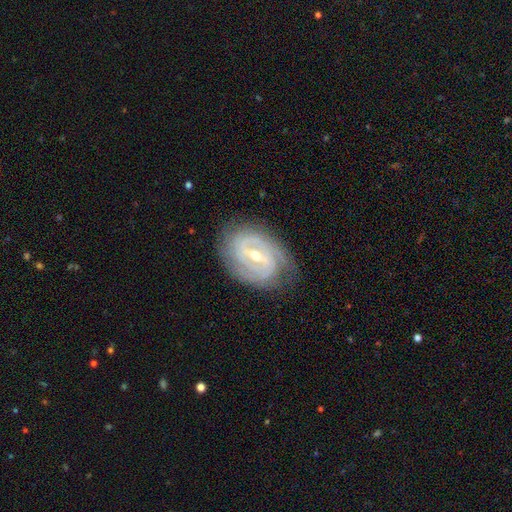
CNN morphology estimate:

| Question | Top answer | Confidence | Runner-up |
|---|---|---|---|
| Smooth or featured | featured or disk | 88% | smooth (7%) |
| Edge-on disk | no | 96% | yes (4%) |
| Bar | strong | 45% | weak (42%) |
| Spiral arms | yes | 95% | no (5%) |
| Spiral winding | tight | 67% | medium (27%) |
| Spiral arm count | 2 | 46% | can't tell (21%) |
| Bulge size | moderate | 52% | small (45%) |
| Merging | none | 78% | minor disturbance (16%) |